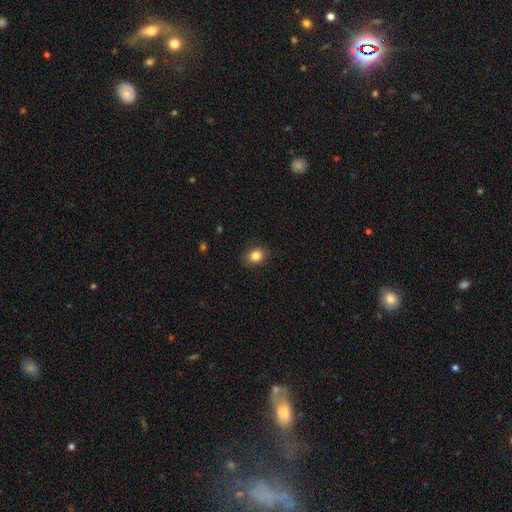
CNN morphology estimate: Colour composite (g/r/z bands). It shows a smooth galaxy with no disk features (84%) that is round (50%). Merging: none (88%).